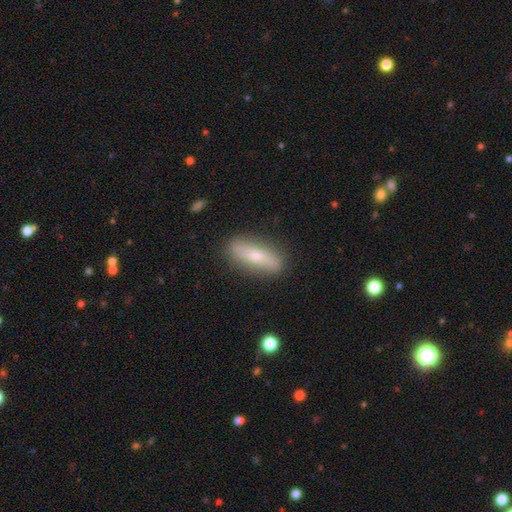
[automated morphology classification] A smooth galaxy with no disk features (53%) that is cigar-shaped (55%).

Vote fractions:
- Smooth or featured? smooth: 53% / featured or disk: 40% / star or artifact: 7%
- How rounded? cigar-shaped: 55% / in between: 42% / round: 3%
- Merging? none: 85% / minor disturbance: 11% / major disturbance: 3% / merger: 1%